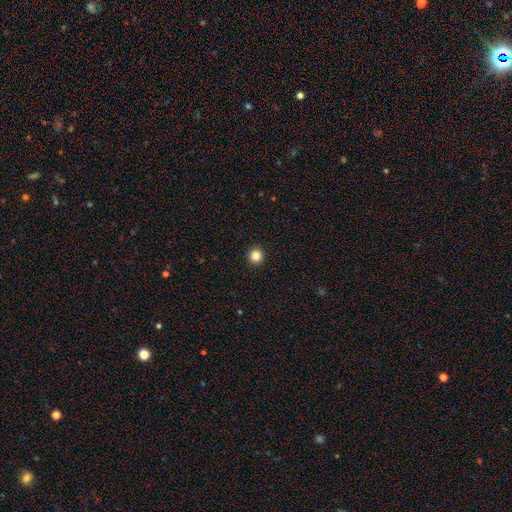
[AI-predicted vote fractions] Morphology: type=smooth (85%); roundness=round (94%); merging=none (94%).